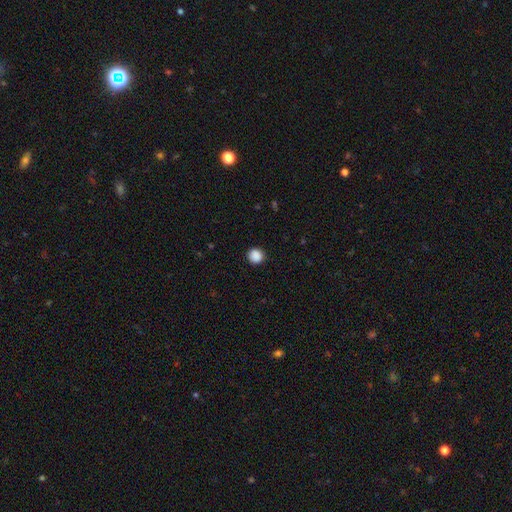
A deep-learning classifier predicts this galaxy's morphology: Overall: smooth (89%). How rounded: round (92%). Merging: none (92%).